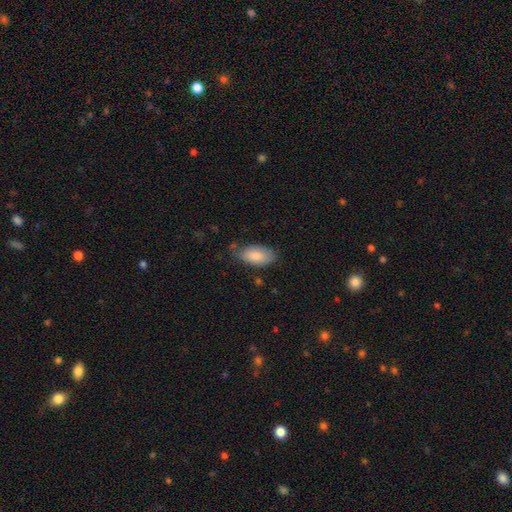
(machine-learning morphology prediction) smooth_or_featured: smooth (p=0.84) [alt: featured or disk p=0.09]
how_rounded: in between (p=0.94) [alt: cigar-shaped p=0.03]
merging: none (p=0.65) [alt: minor disturbance p=0.26]